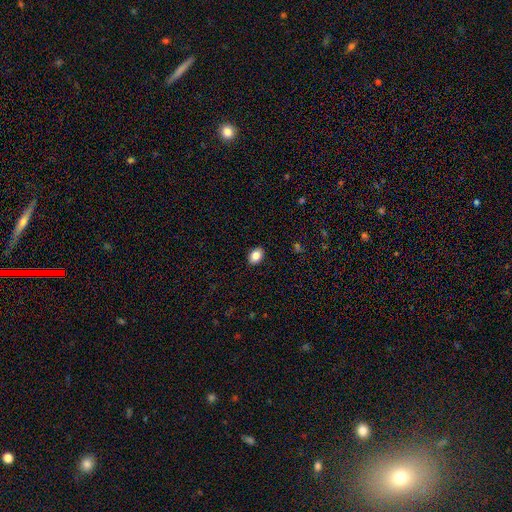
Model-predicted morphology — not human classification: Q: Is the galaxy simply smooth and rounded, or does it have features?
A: smooth — 84%.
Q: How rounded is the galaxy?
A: in between — 79%.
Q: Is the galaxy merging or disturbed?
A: none — 89%.